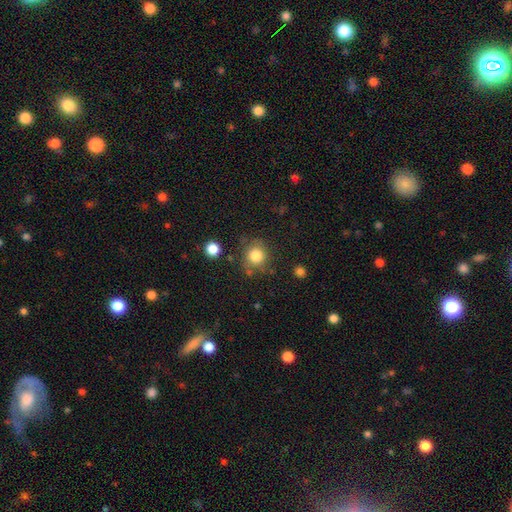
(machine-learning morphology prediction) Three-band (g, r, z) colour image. It shows a smooth galaxy with no disk features (82%) that is round (88%). Merging: none (76%).